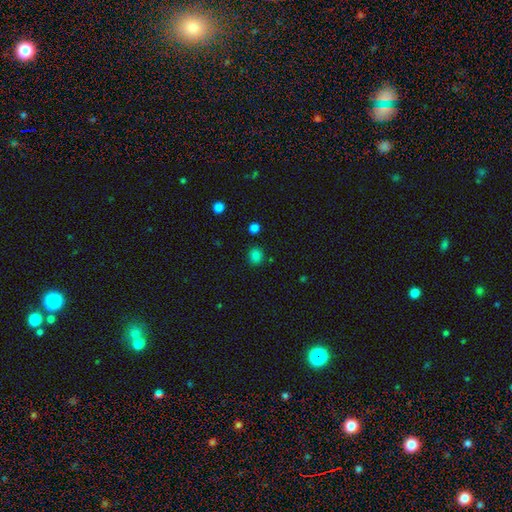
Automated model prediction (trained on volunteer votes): smooth_or_featured: smooth (p=0.82) [alt: star or artifact p=0.14]
how_rounded: round (p=0.77) [alt: in between p=0.22]
merging: none (p=0.86) [alt: minor disturbance p=0.09]